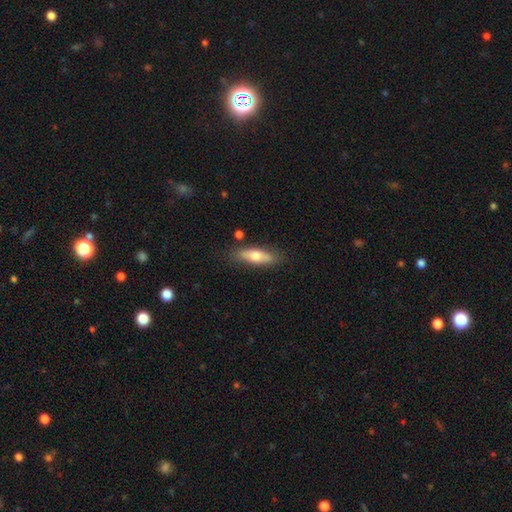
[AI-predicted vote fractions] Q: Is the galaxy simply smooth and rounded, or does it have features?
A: smooth — 63%.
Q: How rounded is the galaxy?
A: in between — 50%.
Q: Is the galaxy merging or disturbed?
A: none — 79%.